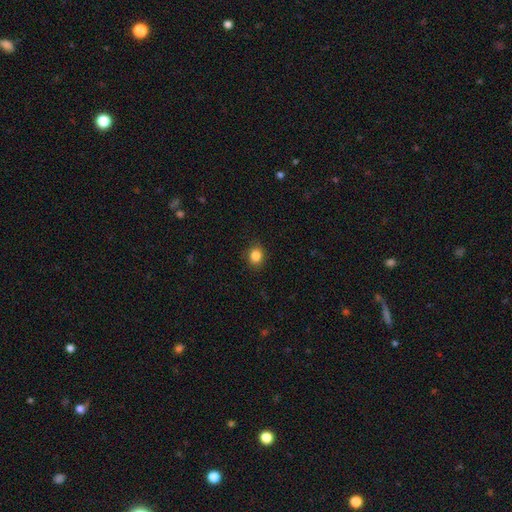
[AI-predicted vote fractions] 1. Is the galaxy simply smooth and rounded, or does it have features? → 85% smooth, 11% star or artifact, 4% featured or disk.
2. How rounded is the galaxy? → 69% round, 31% in between, 1% cigar-shaped.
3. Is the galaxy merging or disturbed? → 89% none, 8% minor disturbance, 2% major disturbance, 1% merger.